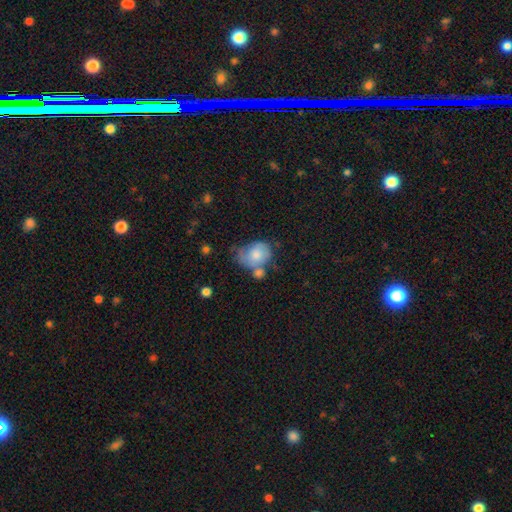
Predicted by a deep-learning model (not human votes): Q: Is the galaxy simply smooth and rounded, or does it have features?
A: smooth — 68%.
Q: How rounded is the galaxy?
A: in between — 58%.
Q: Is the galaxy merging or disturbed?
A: none — 31%.